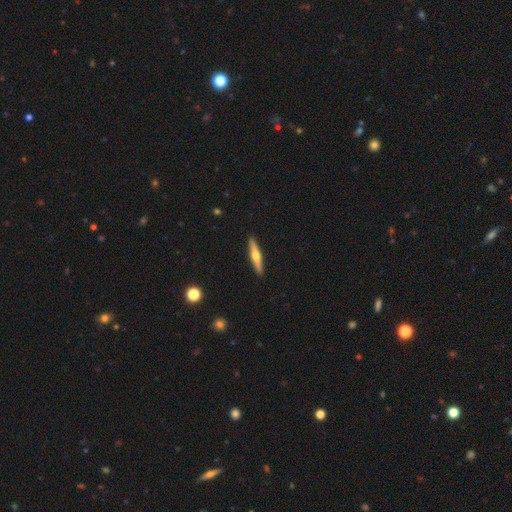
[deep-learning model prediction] Smooth or featured? Predicted: featured or disk (p=0.62). Edge-on disk? Predicted: yes (p=0.97). Edge-on bulge? Predicted: rounded (p=0.93). Merging? Predicted: none (p=0.92).